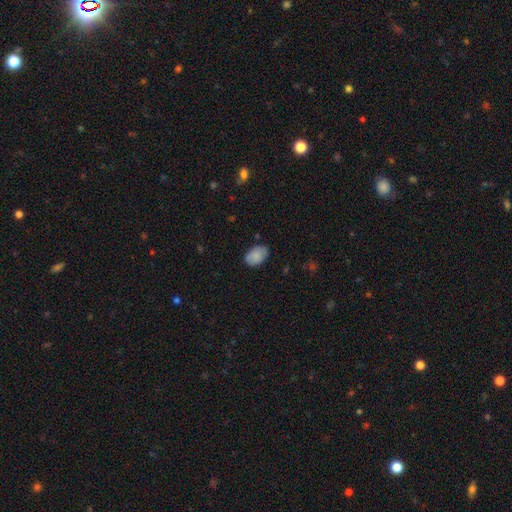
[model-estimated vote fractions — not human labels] This appears to be a smooth galaxy with no disk features (83%) that is in between round and cigar-shaped (87%). Merging: none (78%).